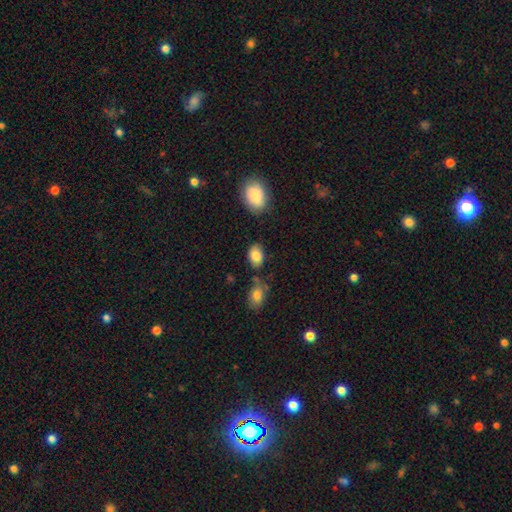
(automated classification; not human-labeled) A smooth galaxy with no disk features (84%) that is in between round and cigar-shaped (82%). Merging: none (74%).